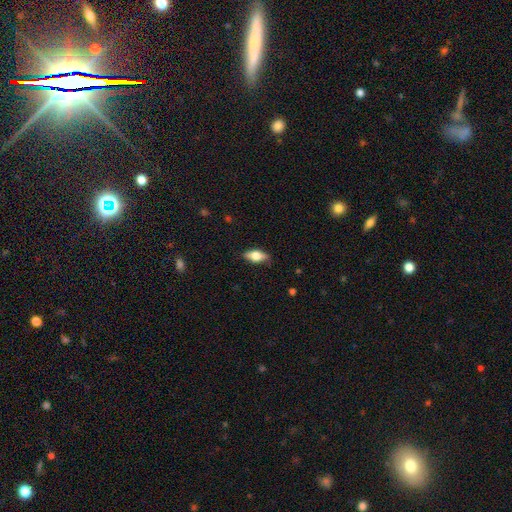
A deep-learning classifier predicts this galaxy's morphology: smooth-or-featured: smooth: 60% | featured or disk: 33% | star or artifact: 7%
  how-rounded: in between: 80% | cigar-shaped: 16% | round: 4%
  merging: none: 81% | minor disturbance: 15% | major disturbance: 3% | merger: 1%